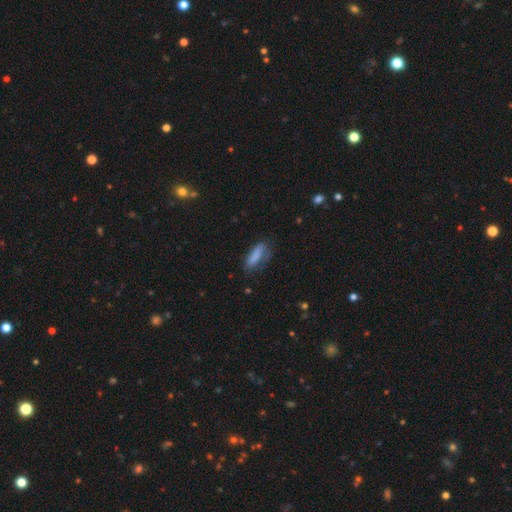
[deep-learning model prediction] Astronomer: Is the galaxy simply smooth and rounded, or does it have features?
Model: smooth — 80%.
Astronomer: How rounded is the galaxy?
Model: in between — 61% (runner-up: cigar-shaped, 37%).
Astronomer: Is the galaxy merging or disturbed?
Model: none — 54% (runner-up: minor disturbance, 29%).